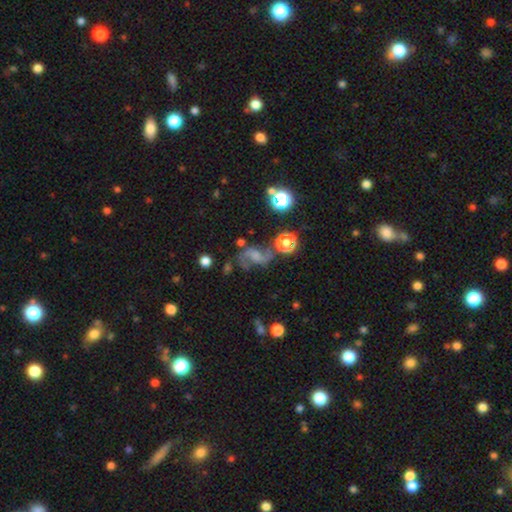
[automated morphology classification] This is likely a featured or disk galaxy (70%). It is clearly not viewed edge-on (97%). Bar: marginally no (45%). Spiral arm pattern: clearly yes (92%). Spiral arm count: clearly 2 (90%). Spiral winding: likely loose (71%). Central bulge: marginally none (43%). Merging: possibly none (54%).